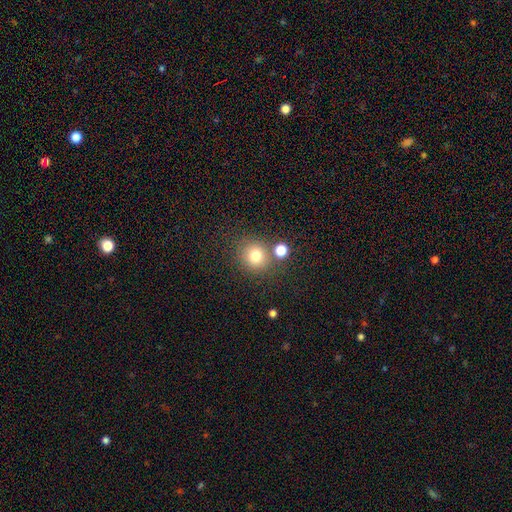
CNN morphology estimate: A smooth galaxy with no disk features (77%) that is round (89%).

Vote fractions:
- Smooth or featured? smooth: 77% / star or artifact: 14% / featured or disk: 9%
- How rounded? round: 89% / in between: 10% / cigar-shaped: 1%
- Merging? none: 73% / merger: 14% / minor disturbance: 10% / major disturbance: 4%